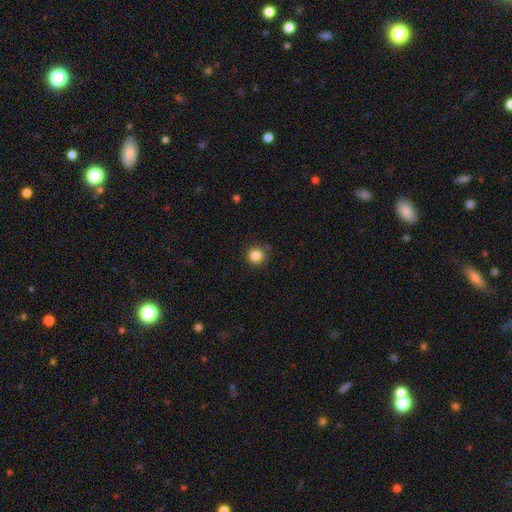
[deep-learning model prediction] smooth-or-featured: smooth: 84% | star or artifact: 11% | featured or disk: 4%
  how-rounded: round: 95% | in between: 4% | cigar-shaped: 1%
  merging: none: 88% | minor disturbance: 8% | major disturbance: 2% | merger: 2%